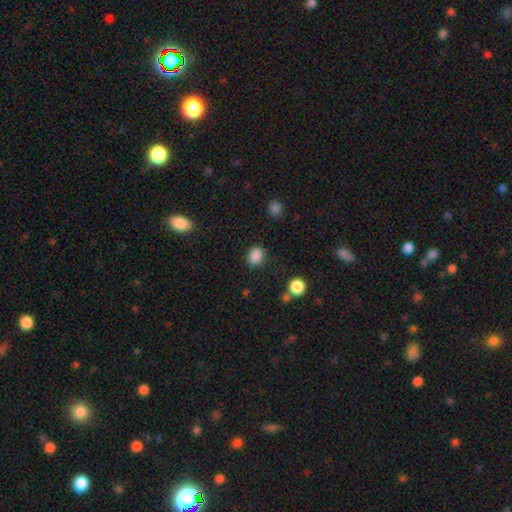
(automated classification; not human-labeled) smooth 86%, star or artifact 10%, featured or disk 3%. Down the decision tree: how rounded — round (50%); merging — none (83%).